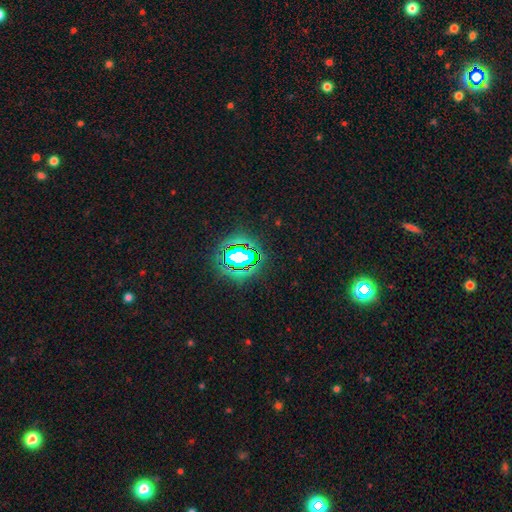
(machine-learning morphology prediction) This is clearly a star or artifact rather than a galaxy (82%).